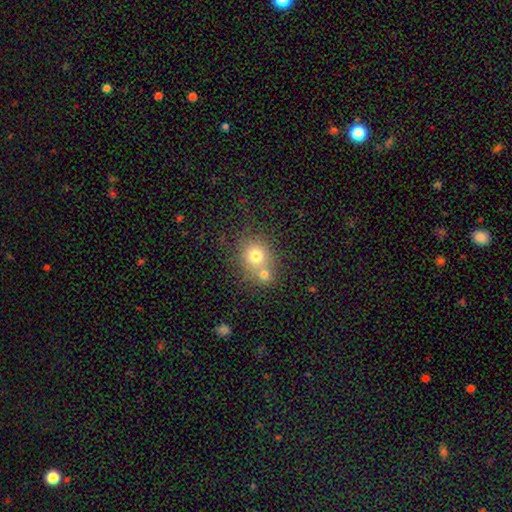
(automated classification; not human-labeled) smooth_or_featured: smooth (p=0.72) [alt: featured or disk p=0.14]
how_rounded: round (p=0.76) [alt: in between p=0.23]
merging: none (p=0.44) [alt: merger p=0.43]